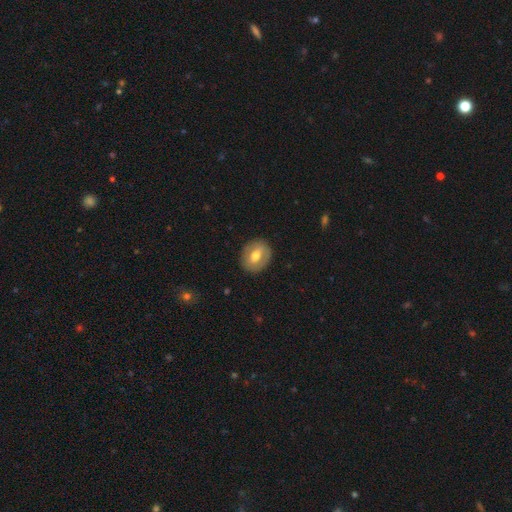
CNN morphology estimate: This appears to be a smooth galaxy with no disk features (54%) that is in between round and cigar-shaped (50%). Merging: none (86%).